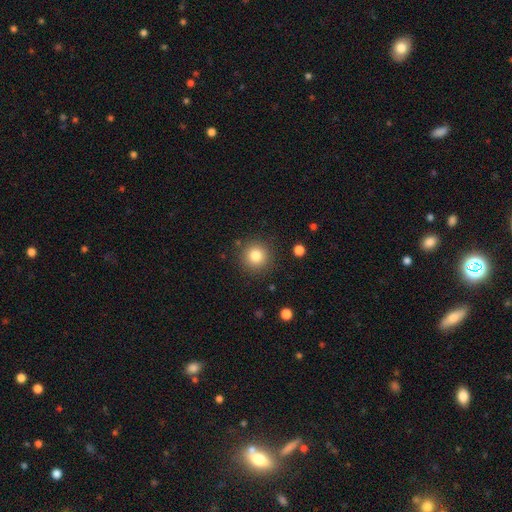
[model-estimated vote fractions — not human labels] Smooth or featured? Predicted: smooth (p=0.81). How rounded? Predicted: round (p=0.95). Merging? Predicted: none (p=0.89).